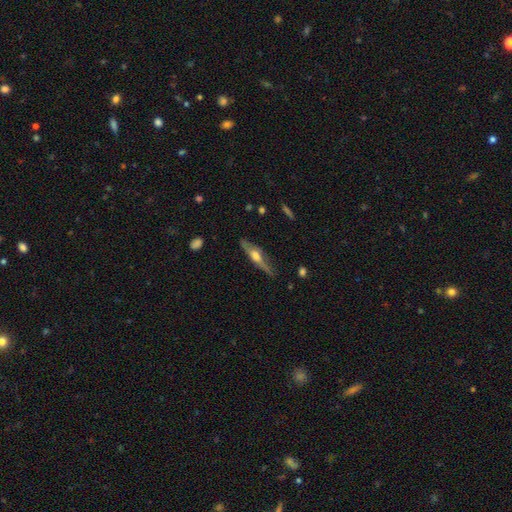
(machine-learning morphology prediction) Smooth or featured?
  - featured or disk: 69% *
  - smooth: 25%
  - star or artifact: 6%
Edge-on disk?
  - yes: 92% *
  - no: 8%
Edge-on bulge?
  - rounded: 88% *
  - boxy: 8%
  - none: 4%
Merging?
  - none: 77% *
  - minor disturbance: 17%
  - major disturbance: 4%
  - merger: 2%